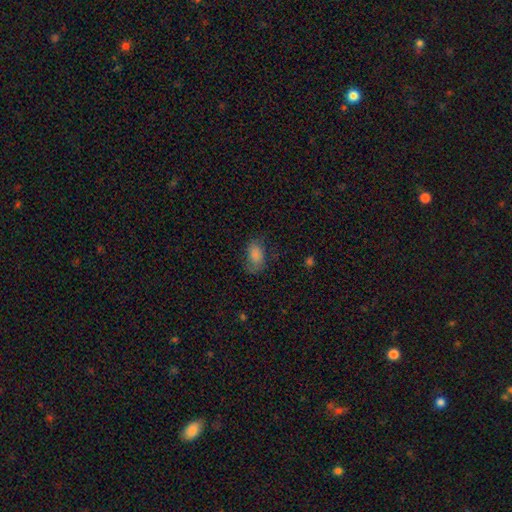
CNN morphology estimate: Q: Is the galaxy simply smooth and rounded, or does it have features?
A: smooth — 76%.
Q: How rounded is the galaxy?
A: in between — 88%.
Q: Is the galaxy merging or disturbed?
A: none — 62%.